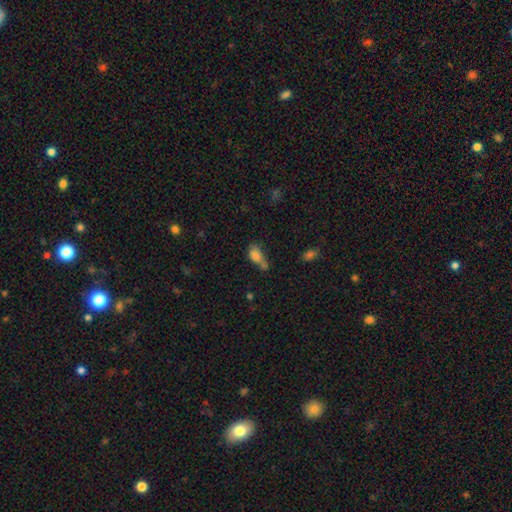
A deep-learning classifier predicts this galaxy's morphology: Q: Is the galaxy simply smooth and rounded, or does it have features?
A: smooth — 77%.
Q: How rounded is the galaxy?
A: in between — 83%.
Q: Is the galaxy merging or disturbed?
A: merger — 34%.